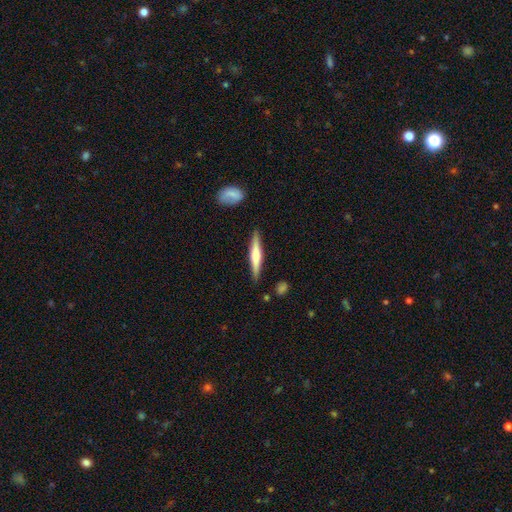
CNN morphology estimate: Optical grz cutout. It shows a featured or disk galaxy (51%) viewed edge-on (96%). Merging: none (87%).